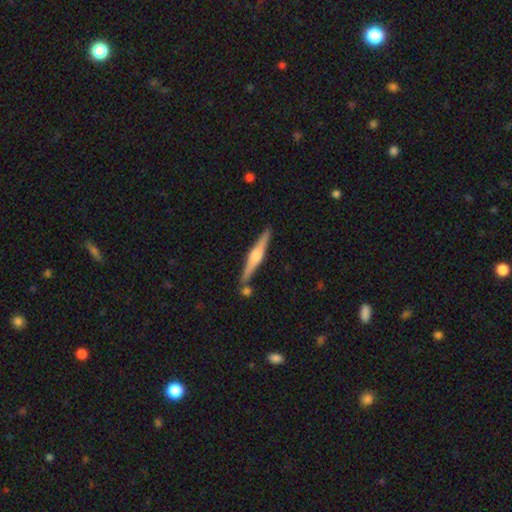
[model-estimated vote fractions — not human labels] Overall: featured or disk (72%). Edge-on disk: yes (98%). Edge-on bulge: rounded (84%). Merging: none (84%).